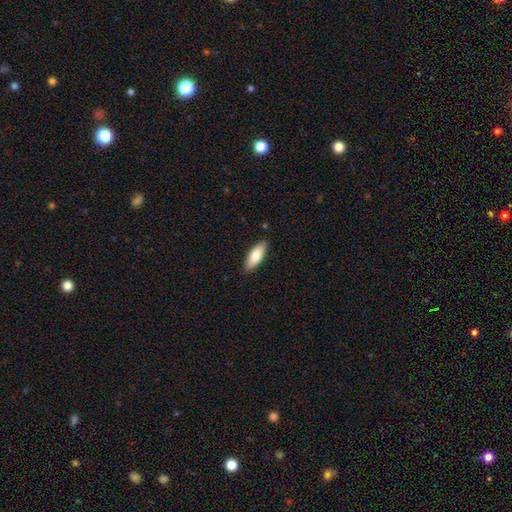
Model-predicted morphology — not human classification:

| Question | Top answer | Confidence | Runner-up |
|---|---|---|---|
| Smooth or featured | smooth | 77% | featured or disk (17%) |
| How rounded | in between | 71% | cigar-shaped (27%) |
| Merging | none | 88% | minor disturbance (10%) |